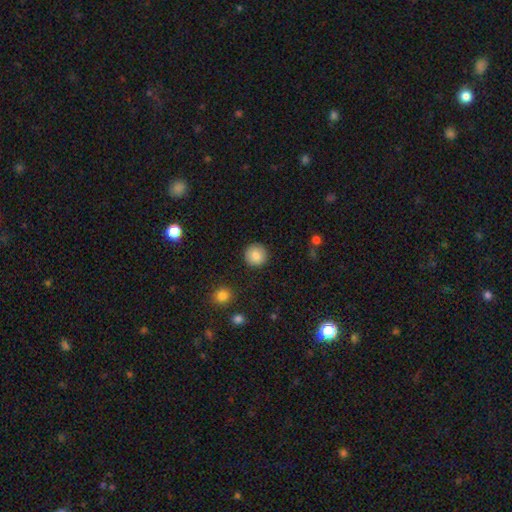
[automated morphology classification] This is clearly a smooth galaxy (86%). How rounded: clearly round (95%). Merging: clearly none (92%).